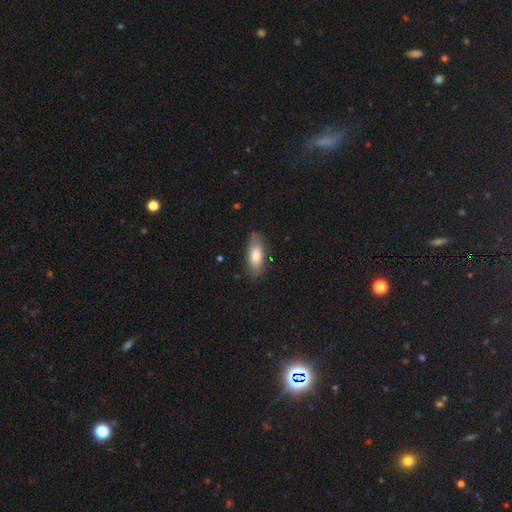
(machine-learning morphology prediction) A smooth galaxy with no disk features (74%) that is in between round and cigar-shaped (82%). Merging: none (76%).